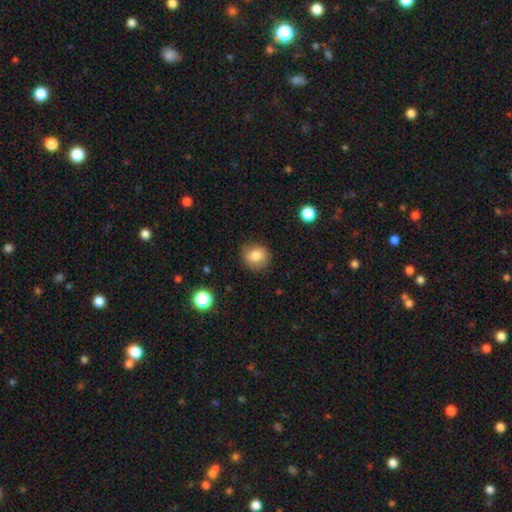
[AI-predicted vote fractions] A smooth galaxy with no disk features (81%) that is round (82%). Merging: none (82%).